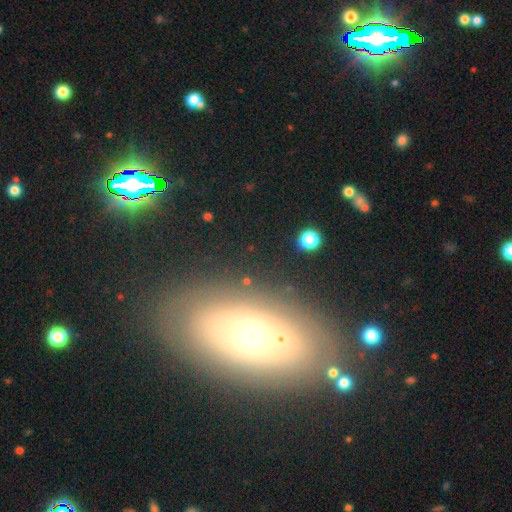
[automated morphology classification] Smooth or featured? Predicted: featured or disk (p=0.52). Edge-on disk? Predicted: no (p=0.85). Merging? Predicted: none (p=0.83).